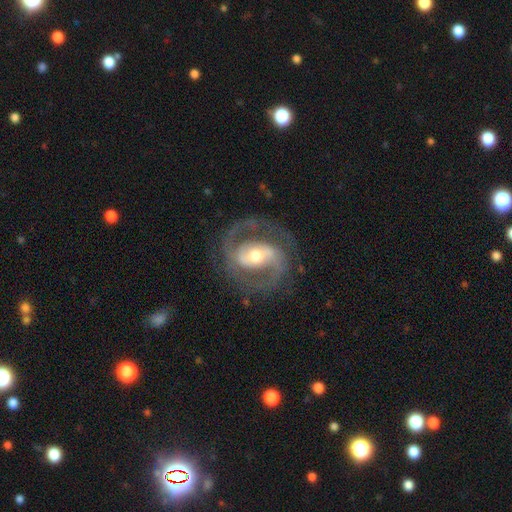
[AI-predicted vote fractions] smooth-or-featured: featured or disk: 89% | smooth: 6% | star or artifact: 4%
  disk-edge-on: no: 97% | yes: 3%
    bar: strong: 39% | weak: 38% | no: 22%
    has-spiral-arms: yes: 95% | no: 5%
      spiral-winding: medium: 56% | tight: 29% | loose: 15%
      spiral-arm-count: 2: 90% | can't tell: 3% | 3: 2% | 1: 2% | 4: 1% | more than 4: 1%
    bulge-size: moderate: 66% | small: 20% | large: 11% | dominant: 1% | none: 1%
  merging: none: 78% | minor disturbance: 13% | major disturbance: 8% | merger: 1%